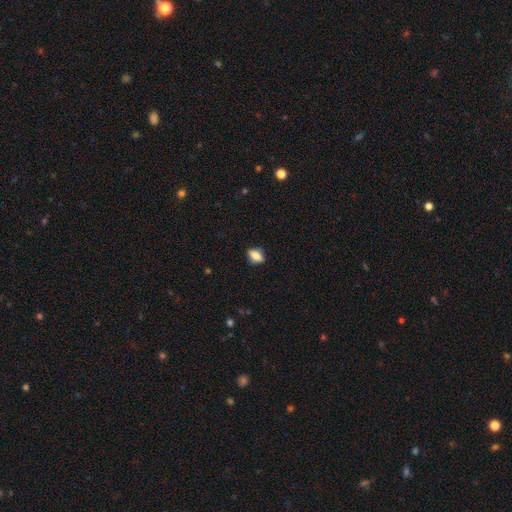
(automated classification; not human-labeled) This is likely a smooth galaxy (67%). How rounded: likely in between (70%). Merging: clearly none (83%).